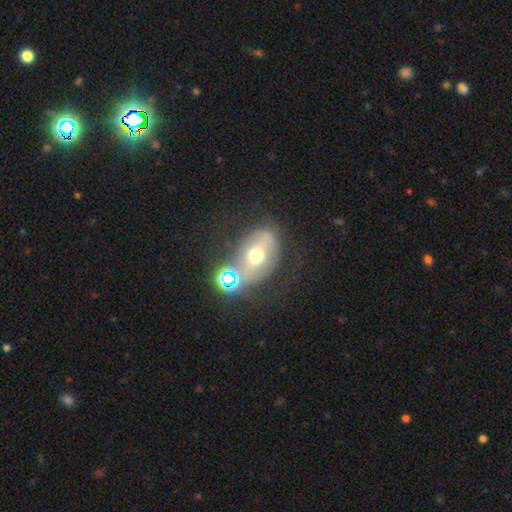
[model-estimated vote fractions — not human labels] Smooth or featured? Predicted: featured or disk (p=0.48). Merging? Predicted: none (p=0.49).